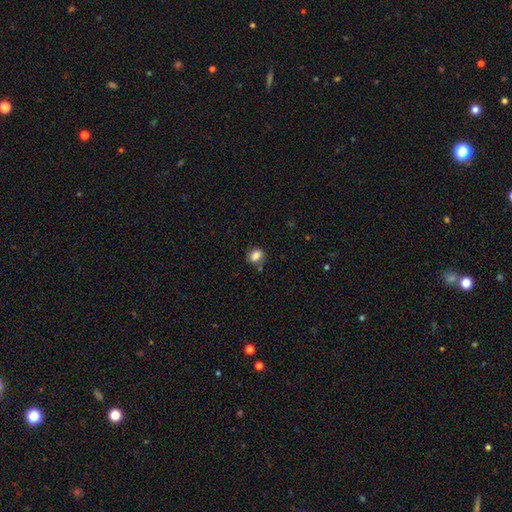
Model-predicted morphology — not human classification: smooth_or_featured: smooth (p=0.83) [alt: star or artifact p=0.10]
how_rounded: in between (p=0.54) [alt: round p=0.45]
merging: none (p=0.74) [alt: minor disturbance p=0.15]